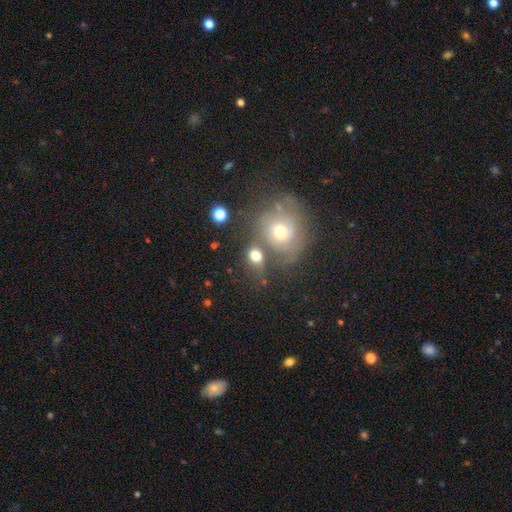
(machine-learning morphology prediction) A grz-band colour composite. It shows a smooth galaxy with no disk features (65%) that is round (55%). Merging: none (45%).